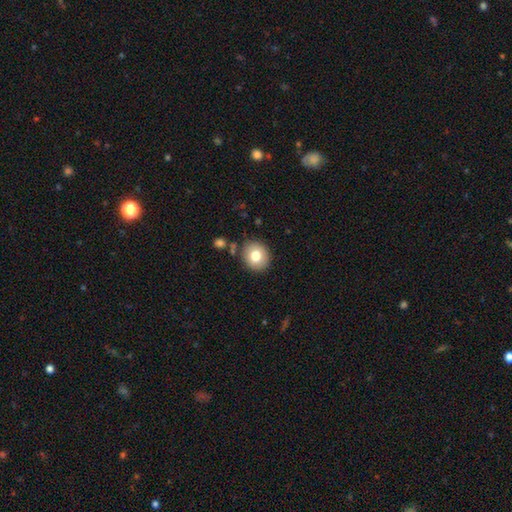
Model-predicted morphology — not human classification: Smooth or featured: smooth — 78% (featured or disk — 13%)
How rounded: round — 79% (in between — 20%)
Merging: none — 86% (minor disturbance — 8%)